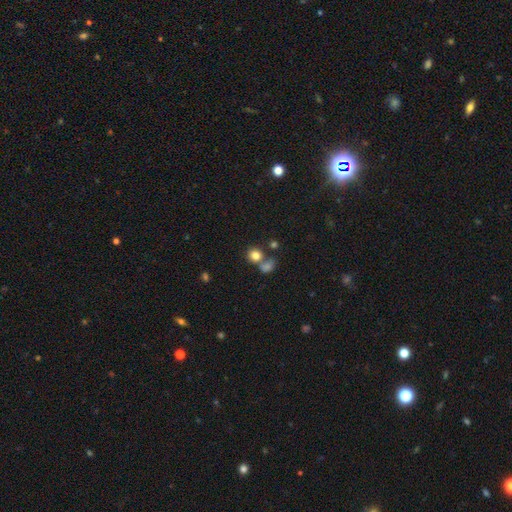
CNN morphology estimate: smooth-or-featured: smooth: 80% | star or artifact: 12% | featured or disk: 9%
  how-rounded: round: 83% | in between: 16% | cigar-shaped: 1%
  merging: none: 53% | merger: 32% | minor disturbance: 9% | major disturbance: 5%